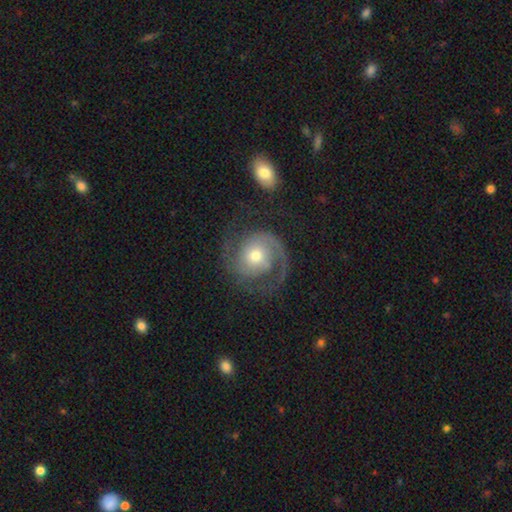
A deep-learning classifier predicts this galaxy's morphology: Q: Smooth or featured?
A: featured or disk (85%); runner-up: smooth (9%)
Q: Edge-on disk?
A: no (98%); runner-up: yes (2%)
Q: Bar?
A: no (71%); runner-up: weak (23%)
Q: Spiral arms?
A: yes (97%); runner-up: no (3%)
Q: Spiral winding?
A: medium (48%); runner-up: tight (35%)
Q: Spiral arm count?
A: 2 (78%); runner-up: 1 (13%)
Q: Bulge size?
A: moderate (60%); runner-up: small (32%)
Q: Merging?
A: none (70%); runner-up: minor disturbance (14%)